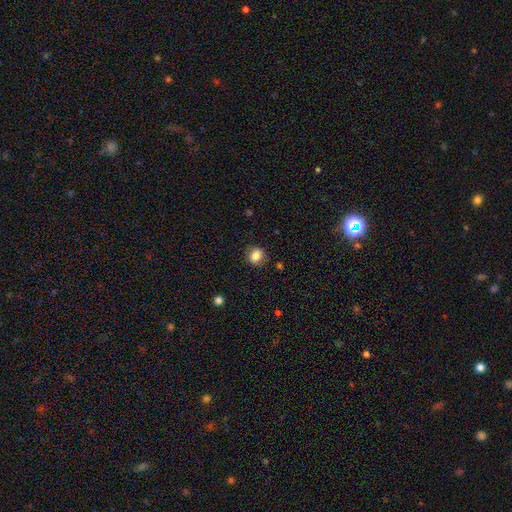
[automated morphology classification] Q: Smooth or featured?
A: smooth (83%); runner-up: star or artifact (10%)
Q: How rounded?
A: round (77%); runner-up: in between (22%)
Q: Merging?
A: none (86%); runner-up: minor disturbance (10%)